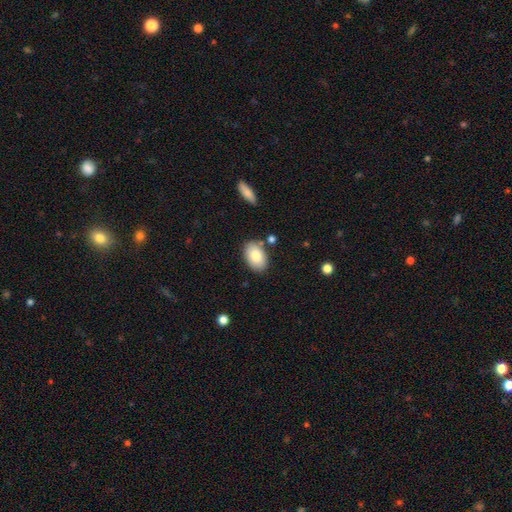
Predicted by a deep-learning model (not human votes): A smooth galaxy with no disk features (83%) that is in between round and cigar-shaped (89%). Merging: none (80%).